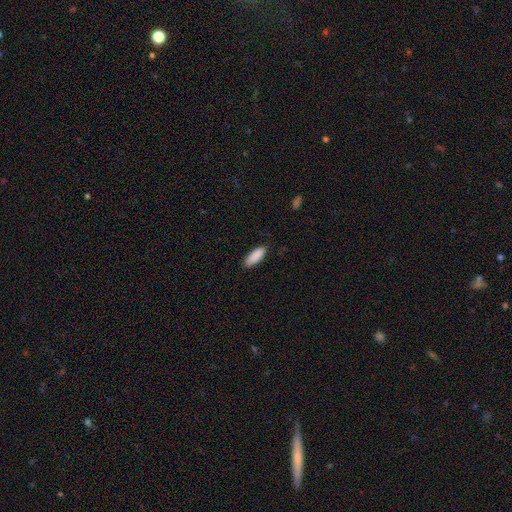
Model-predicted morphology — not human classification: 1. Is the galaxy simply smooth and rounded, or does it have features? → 90% smooth, 6% star or artifact, 4% featured or disk.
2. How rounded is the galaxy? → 67% in between, 32% cigar-shaped, 1% round.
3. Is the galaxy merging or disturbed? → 84% none, 13% minor disturbance, 2% major disturbance, 1% merger.